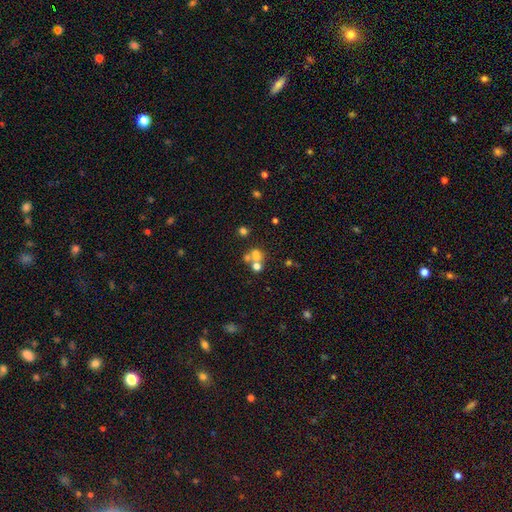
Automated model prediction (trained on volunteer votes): smooth_or_featured: smooth (p=0.55) [alt: featured or disk p=0.24]
how_rounded: round (p=0.72) [alt: in between p=0.27]
merging: merger (p=0.50) [alt: none p=0.36]